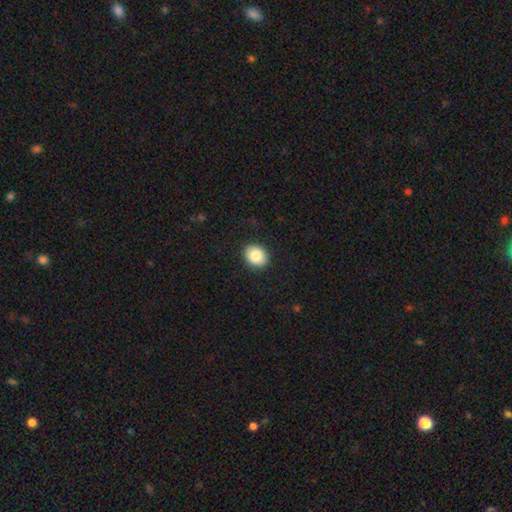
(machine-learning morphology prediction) smooth-or-featured: smooth: 87% | star or artifact: 8% | featured or disk: 5%
  how-rounded: round: 54% | in between: 45% | cigar-shaped: 1%
  merging: none: 90% | minor disturbance: 7% | major disturbance: 2% | merger: 1%